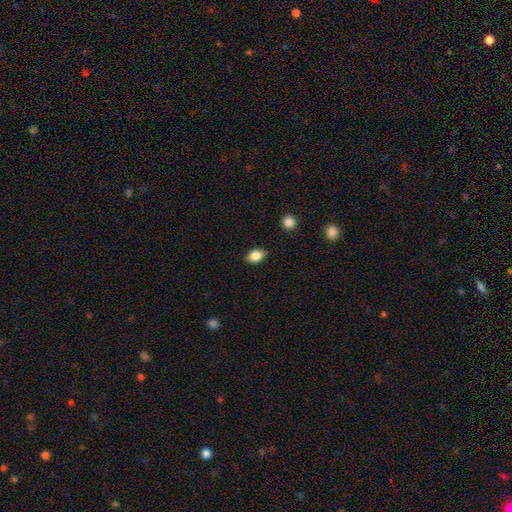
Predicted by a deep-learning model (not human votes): Overall: smooth (84%). How rounded: in between (81%). Merging: none (86%).